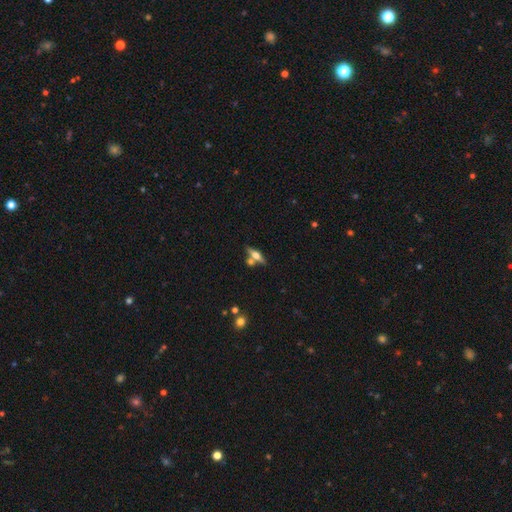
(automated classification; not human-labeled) This appears to be a featured or disk galaxy (58%) viewed edge-on (93%) with a rounded central bulge (93%). Merging: none (65%).